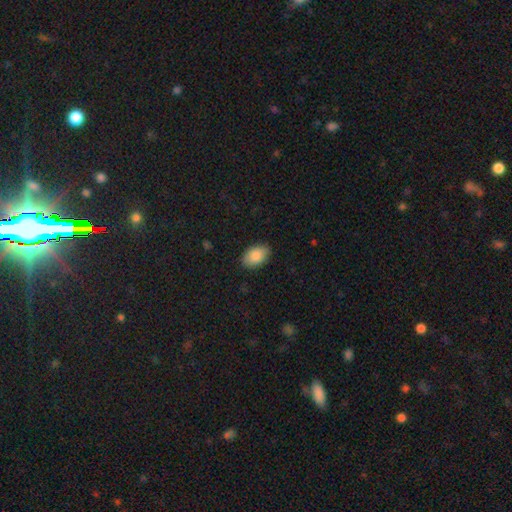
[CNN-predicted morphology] This is clearly a smooth galaxy (87%). How rounded: clearly in between (90%). Merging: clearly none (86%).